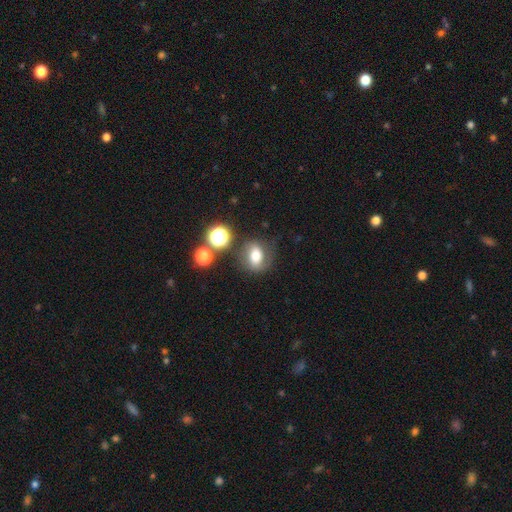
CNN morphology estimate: Smooth or featured? Predicted: smooth (p=0.60). How rounded? Predicted: in between (p=0.50). Merging? Predicted: none (p=0.65).